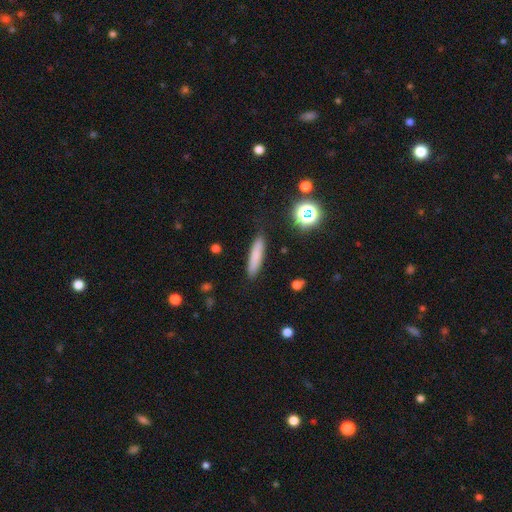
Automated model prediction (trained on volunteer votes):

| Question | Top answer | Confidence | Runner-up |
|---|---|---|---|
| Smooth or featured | smooth | 79% | featured or disk (12%) |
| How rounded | cigar-shaped | 85% | in between (13%) |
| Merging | none | 87% | minor disturbance (9%) |